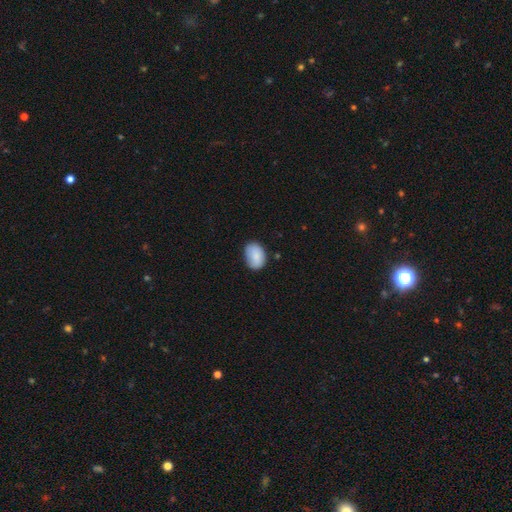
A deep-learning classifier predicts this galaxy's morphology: smooth-or-featured: smooth: 86% | featured or disk: 7% | star or artifact: 7%
  how-rounded: in between: 81% | round: 18% | cigar-shaped: 1%
  merging: none: 72% | minor disturbance: 23% | major disturbance: 4% | merger: 2%